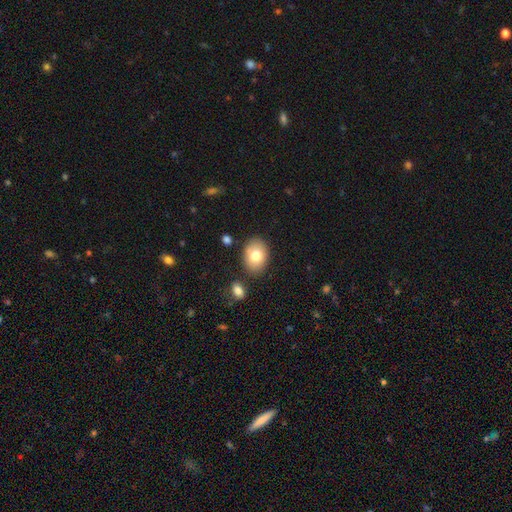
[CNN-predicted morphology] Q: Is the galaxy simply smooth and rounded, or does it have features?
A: smooth — 77%.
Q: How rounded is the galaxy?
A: in between — 74%.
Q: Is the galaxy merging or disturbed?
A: none — 81%.